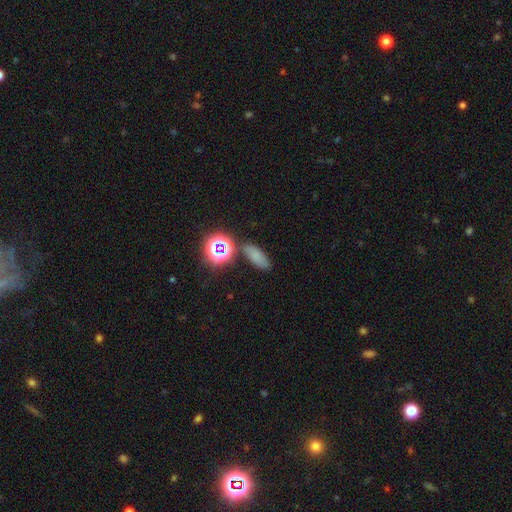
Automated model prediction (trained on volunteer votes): The model was most divided on "smooth or featured": smooth: 65%, star or artifact: 24%, featured or disk: 10%. More confident: how rounded — in between (73%); merging — none (73%).